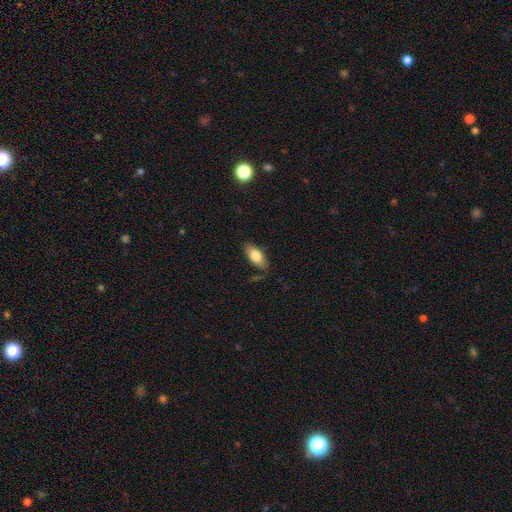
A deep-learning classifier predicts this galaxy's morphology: A smooth galaxy with no disk features (75%) that is in between round and cigar-shaped (86%). Merging: none (79%).